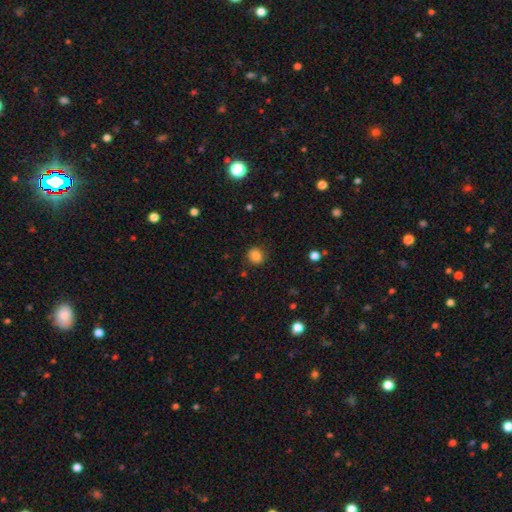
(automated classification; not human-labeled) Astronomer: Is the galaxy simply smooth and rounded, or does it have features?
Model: smooth — 85%.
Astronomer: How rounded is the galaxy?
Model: round — 80%.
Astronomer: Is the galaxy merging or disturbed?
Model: none — 87%.